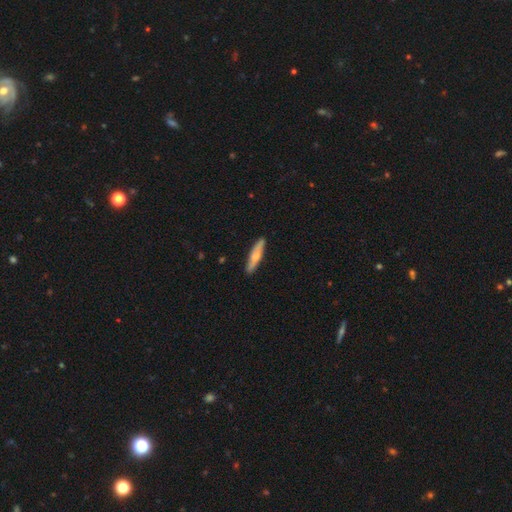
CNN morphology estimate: A smooth galaxy with no disk features (59%) that is cigar-shaped (83%). Merging: none (88%).